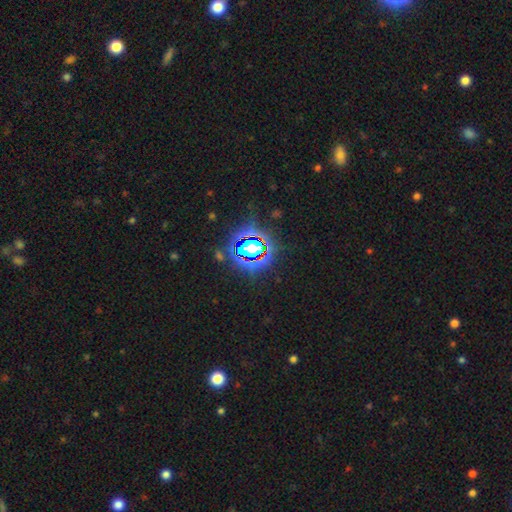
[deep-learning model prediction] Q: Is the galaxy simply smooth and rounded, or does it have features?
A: star or artifact — 71%.